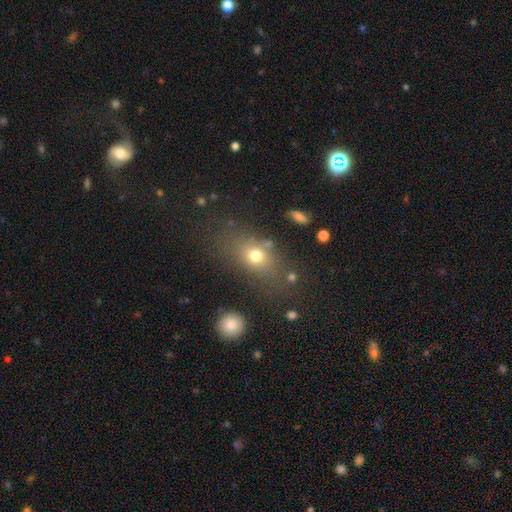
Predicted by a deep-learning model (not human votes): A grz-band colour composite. It shows a smooth galaxy with no disk features (71%) that is in between round and cigar-shaped (64%). Merging: none (67%).